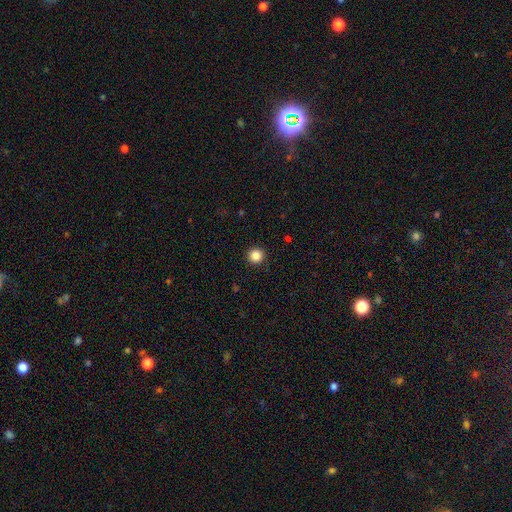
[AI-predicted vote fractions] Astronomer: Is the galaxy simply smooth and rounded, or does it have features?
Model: smooth — 86%.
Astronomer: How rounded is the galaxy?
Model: round — 96%.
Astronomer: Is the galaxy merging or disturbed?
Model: none — 92%.